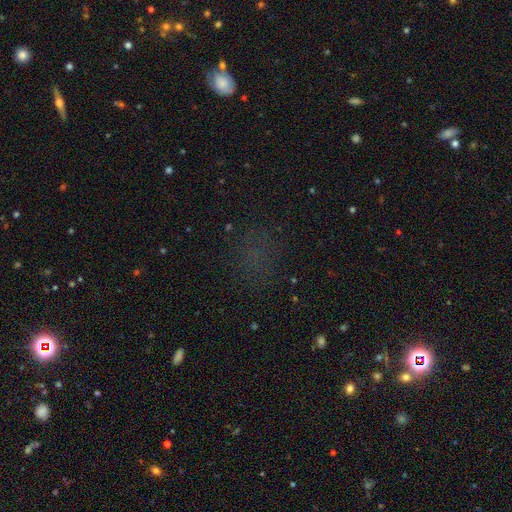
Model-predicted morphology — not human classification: Smooth or featured? star or artifact (55%)